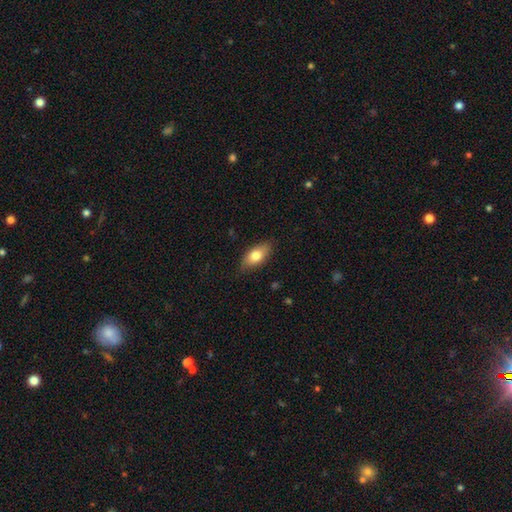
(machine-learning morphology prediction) smooth-or-featured: smooth: 77% | featured or disk: 17% | star or artifact: 7%
  how-rounded: in between: 86% | cigar-shaped: 9% | round: 4%
  merging: none: 82% | minor disturbance: 14% | major disturbance: 3% | merger: 1%